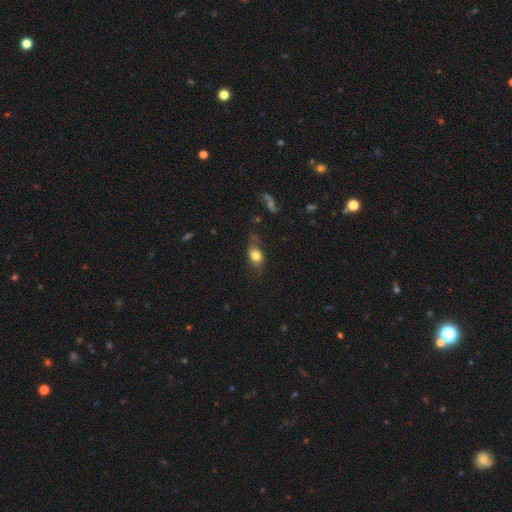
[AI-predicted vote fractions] Smooth or featured? Predicted: smooth (p=0.75). How rounded? Predicted: in between (p=0.69). Merging? Predicted: none (p=0.58).